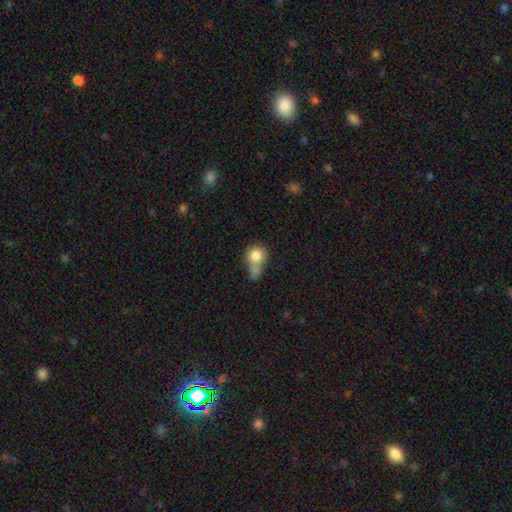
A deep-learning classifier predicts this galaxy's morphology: Q: Smooth or featured?
A: smooth (78%); runner-up: featured or disk (12%)
Q: How rounded?
A: round (77%); runner-up: in between (21%)
Q: Merging?
A: merger (49%); runner-up: none (27%)